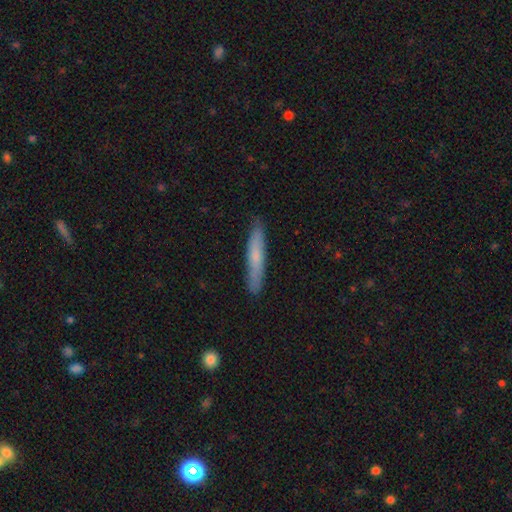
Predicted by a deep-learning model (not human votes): smooth-or-featured: smooth: 61% | featured or disk: 33% | star or artifact: 6%
  how-rounded: cigar-shaped: 94% | in between: 5% | round: 1%
  merging: none: 88% | minor disturbance: 10% | major disturbance: 2% | merger: 1%